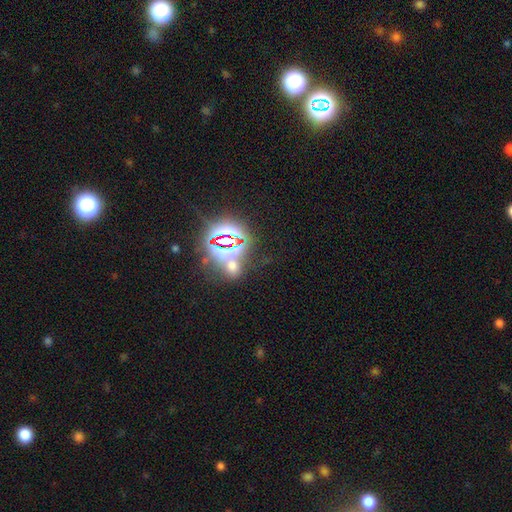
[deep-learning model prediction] Morphology: type=star or artifact (80%).